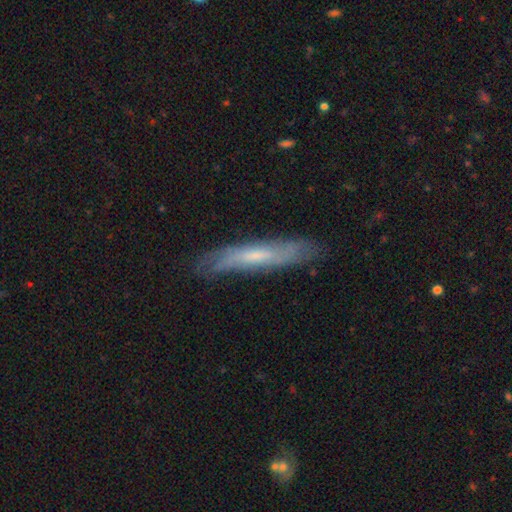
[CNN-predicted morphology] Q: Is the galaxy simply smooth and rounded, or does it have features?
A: featured or disk — 53%.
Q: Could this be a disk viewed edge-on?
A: yes — 64%.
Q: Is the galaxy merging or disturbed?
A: none — 77%.